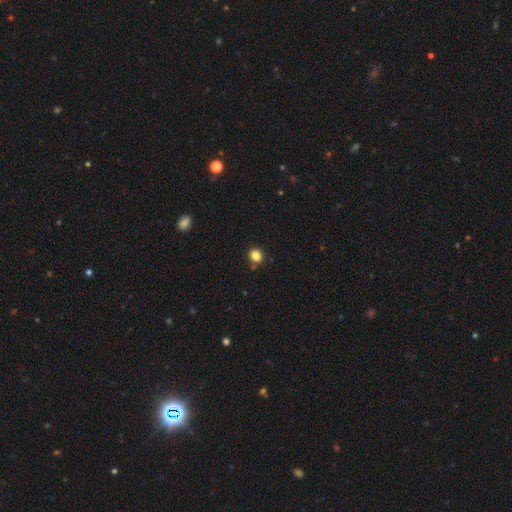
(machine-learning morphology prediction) Overall: smooth (84%). How rounded: round (76%). Merging: none (82%).